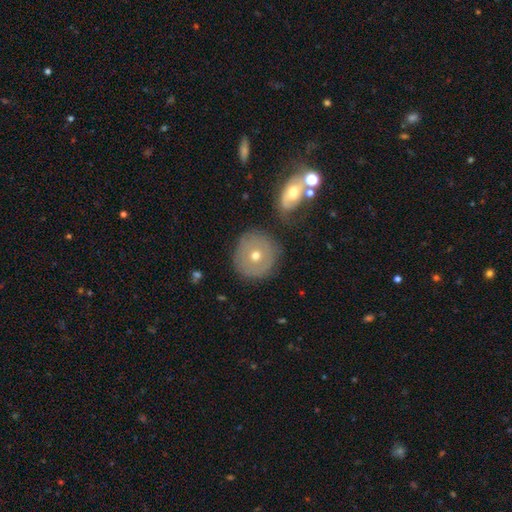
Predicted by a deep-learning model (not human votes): Morphology: type=smooth (55%); roundness=round (92%); merging=none (78%).